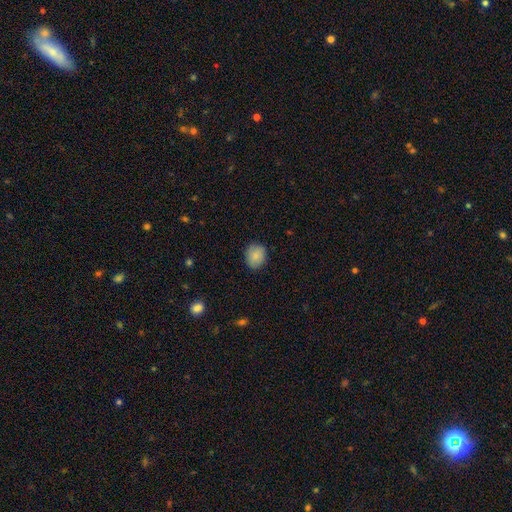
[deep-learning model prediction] The model was most divided on "how rounded": round: 57%, in between: 42%, cigar-shaped: 1%. More confident: smooth or featured — smooth (86%); merging — none (83%).